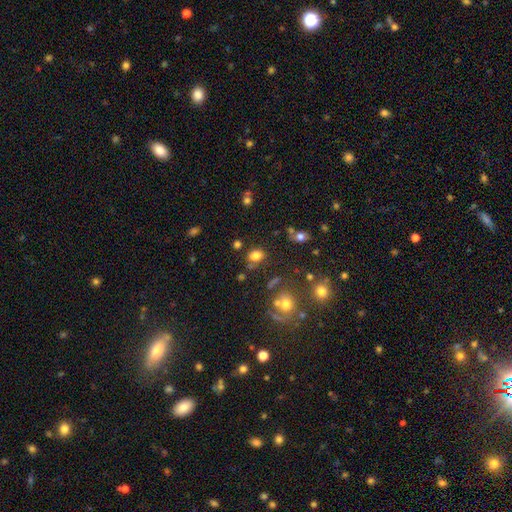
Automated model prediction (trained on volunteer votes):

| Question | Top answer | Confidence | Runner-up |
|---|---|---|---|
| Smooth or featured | smooth | 78% | star or artifact (14%) |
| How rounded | in between | 58% | round (41%) |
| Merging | none | 72% | minor disturbance (14%) |